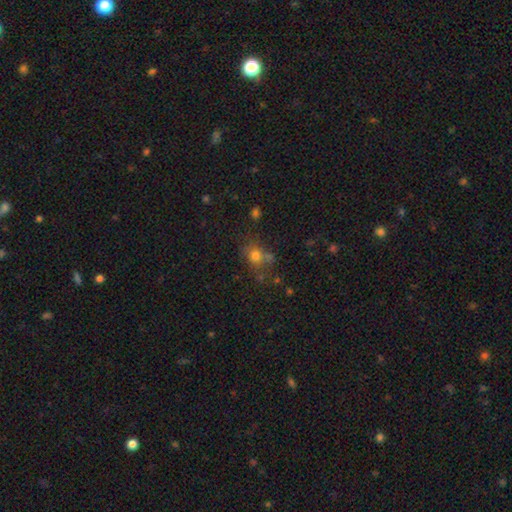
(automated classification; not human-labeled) Smooth or featured?
  - smooth: 70% *
  - star or artifact: 18%
  - featured or disk: 12%
How rounded?
  - round: 67% *
  - in between: 32%
  - cigar-shaped: 1%
Merging?
  - none: 58% *
  - minor disturbance: 18%
  - merger: 15%
  - major disturbance: 9%